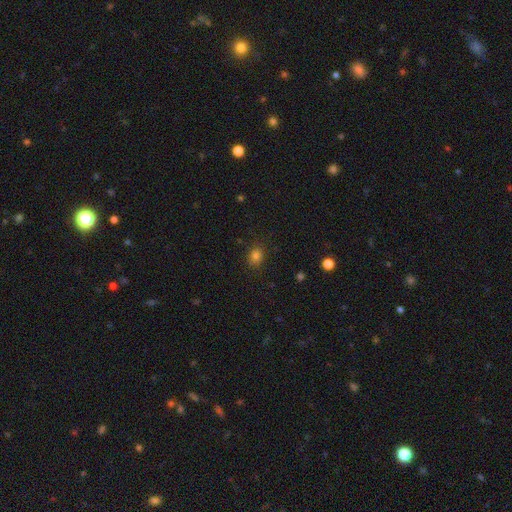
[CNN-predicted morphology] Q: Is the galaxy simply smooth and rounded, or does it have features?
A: smooth — 81%.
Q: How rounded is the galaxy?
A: round — 51%.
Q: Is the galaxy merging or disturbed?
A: none — 85%.